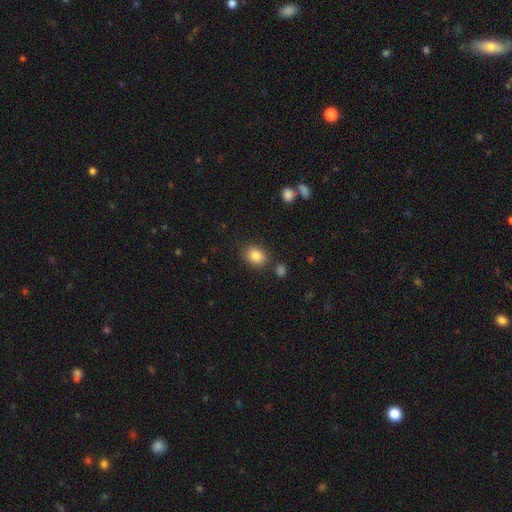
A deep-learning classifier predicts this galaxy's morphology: Q: Smooth or featured?
A: smooth (85%); runner-up: star or artifact (9%)
Q: How rounded?
A: in between (53%); runner-up: round (46%)
Q: Merging?
A: none (80%); runner-up: minor disturbance (11%)